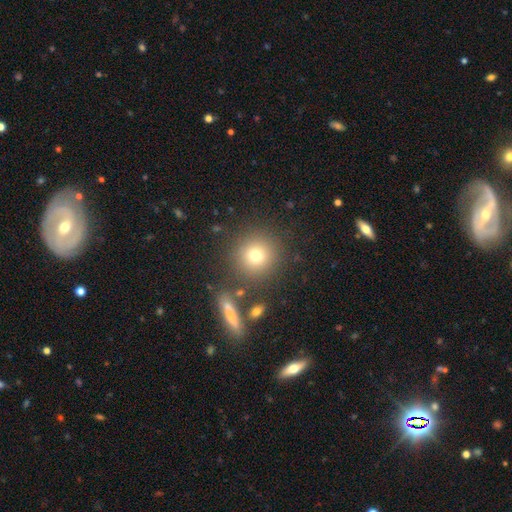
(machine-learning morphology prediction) smooth_or_featured: smooth (p=0.74) [alt: star or artifact p=0.15]
how_rounded: round (p=0.93) [alt: in between p=0.06]
merging: none (p=0.83) [alt: minor disturbance p=0.08]